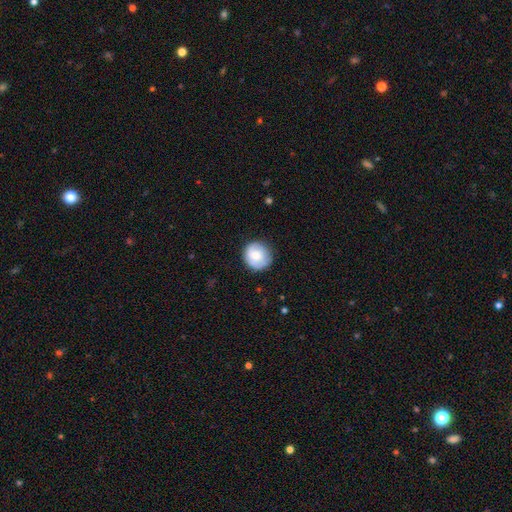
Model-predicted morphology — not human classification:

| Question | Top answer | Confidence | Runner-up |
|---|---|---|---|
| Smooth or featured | smooth | 67% | featured or disk (26%) |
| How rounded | round | 88% | in between (11%) |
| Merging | none | 80% | minor disturbance (15%) |